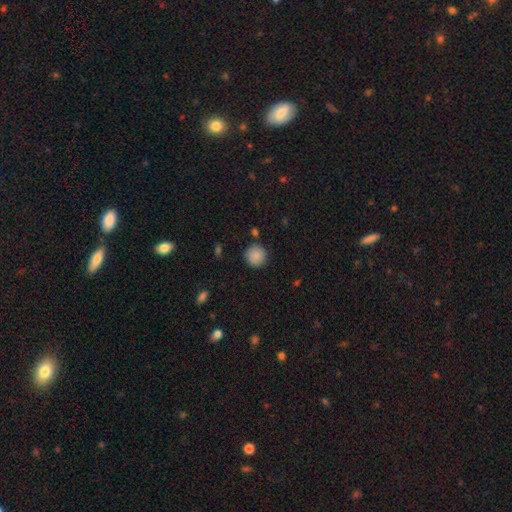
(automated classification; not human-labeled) Q: Smooth or featured?
A: smooth (88%); runner-up: star or artifact (8%)
Q: How rounded?
A: round (94%); runner-up: in between (5%)
Q: Merging?
A: none (88%); runner-up: minor disturbance (8%)